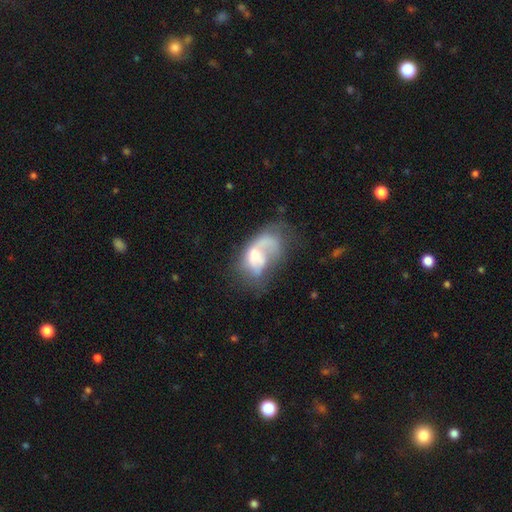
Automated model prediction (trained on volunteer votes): Overall: featured or disk (57%; smooth 33%). Edge-on disk: no (96%). Bar: no (73%). Spiral arms: yes (53%; no 47%). Bulge size: moderate (49%; small 26%). Merging: major disturbance (44%; none 22%).